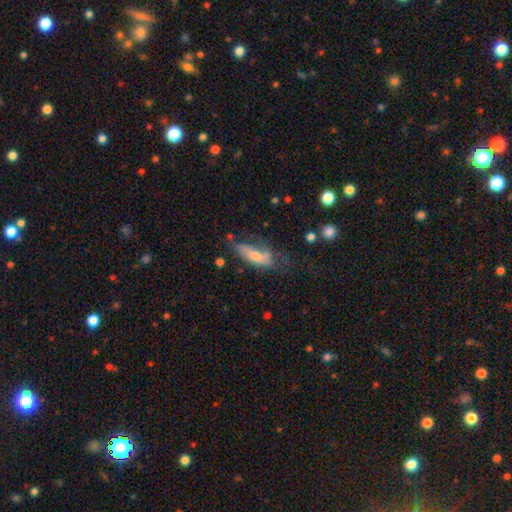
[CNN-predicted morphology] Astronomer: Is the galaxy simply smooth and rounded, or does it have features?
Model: smooth — 49% (runner-up: featured or disk, 43%).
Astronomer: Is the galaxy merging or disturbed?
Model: none — 36% (runner-up: major disturbance, 30%).